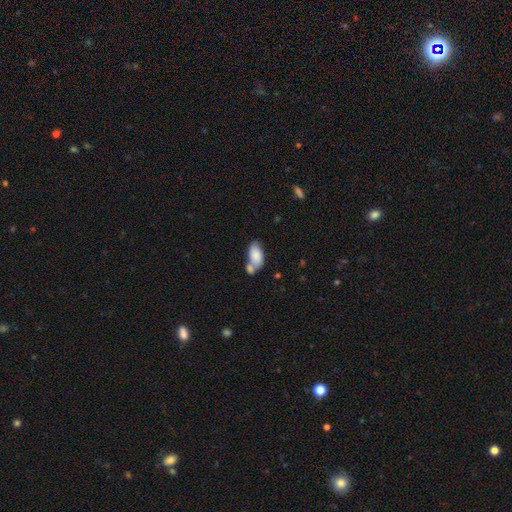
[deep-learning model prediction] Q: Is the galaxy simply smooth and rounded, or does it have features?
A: smooth — 79%.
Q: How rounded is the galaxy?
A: in between — 93%.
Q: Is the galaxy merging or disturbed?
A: merger — 46%.